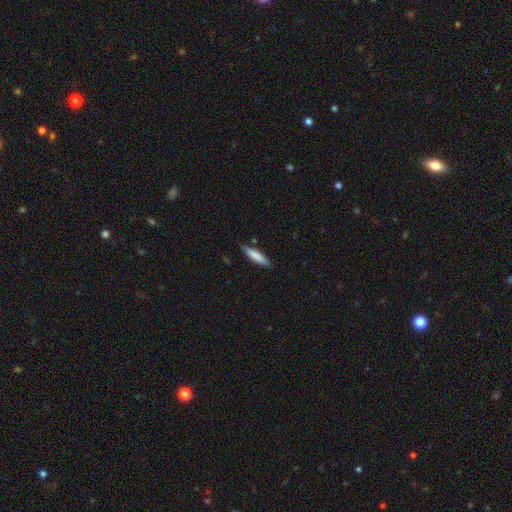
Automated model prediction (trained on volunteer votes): smooth-or-featured: smooth: 80% | featured or disk: 14% | star or artifact: 6%
  how-rounded: cigar-shaped: 80% | in between: 19% | round: 1%
  merging: none: 83% | minor disturbance: 13% | major disturbance: 2% | merger: 2%